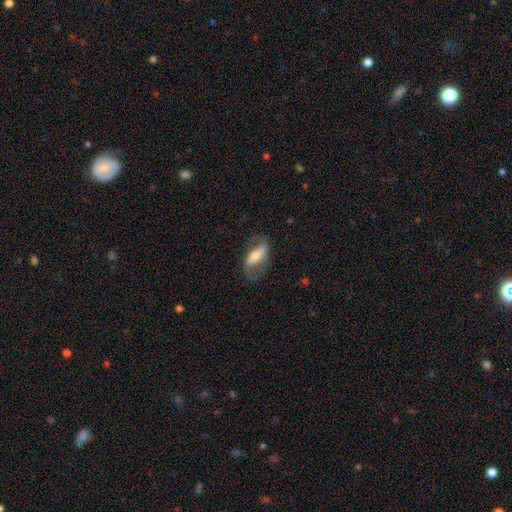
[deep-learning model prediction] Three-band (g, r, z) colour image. It shows a featured or disk galaxy (56%). Merging: none (64%).